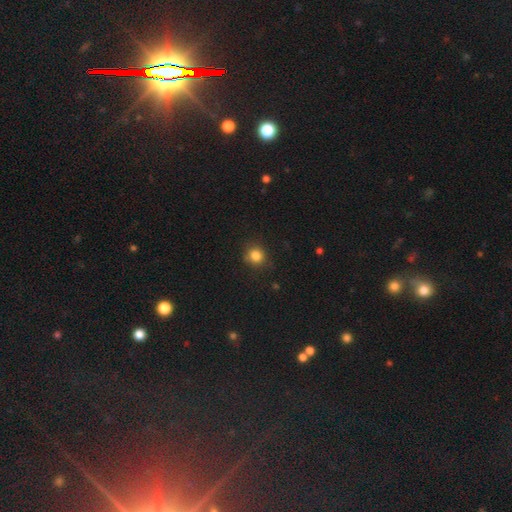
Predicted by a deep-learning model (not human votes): smooth-or-featured: smooth: 84% | star or artifact: 12% | featured or disk: 5%
  how-rounded: round: 88% | in between: 11% | cigar-shaped: 1%
  merging: none: 85% | minor disturbance: 11% | major disturbance: 3% | merger: 1%